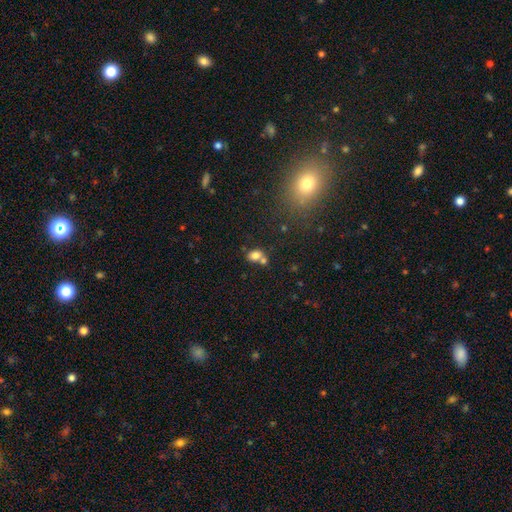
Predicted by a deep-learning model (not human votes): This is likely a smooth galaxy (78%). How rounded: likely in between (66%). Merging: marginally merger (42%, tied with none).